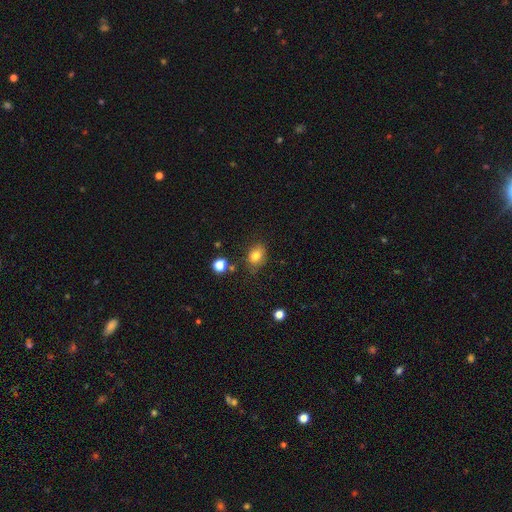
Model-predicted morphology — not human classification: Q: Smooth or featured?
A: smooth (80%); runner-up: star or artifact (11%)
Q: How rounded?
A: in between (61%); runner-up: round (38%)
Q: Merging?
A: none (78%); runner-up: minor disturbance (15%)